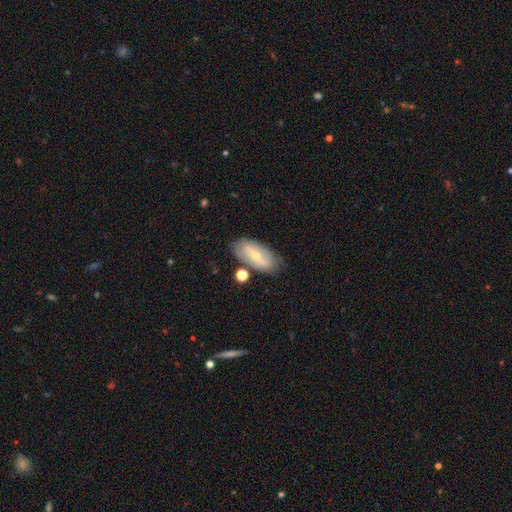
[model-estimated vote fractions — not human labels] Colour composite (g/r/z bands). It shows a featured or disk galaxy (50%). Merging: none (76%).